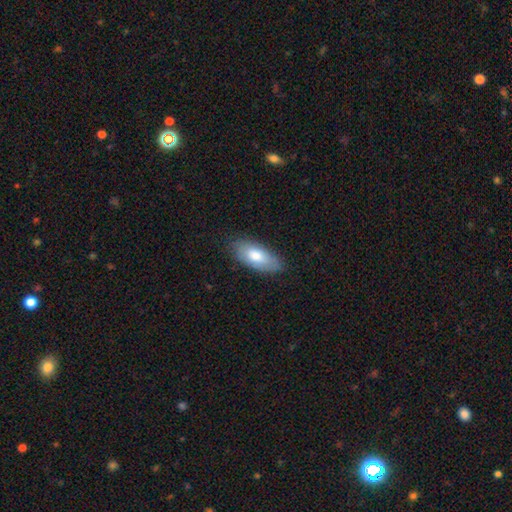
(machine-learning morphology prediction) Q: Smooth or featured?
A: smooth (75%); runner-up: featured or disk (19%)
Q: How rounded?
A: in between (86%); runner-up: cigar-shaped (12%)
Q: Merging?
A: none (80%); runner-up: minor disturbance (16%)